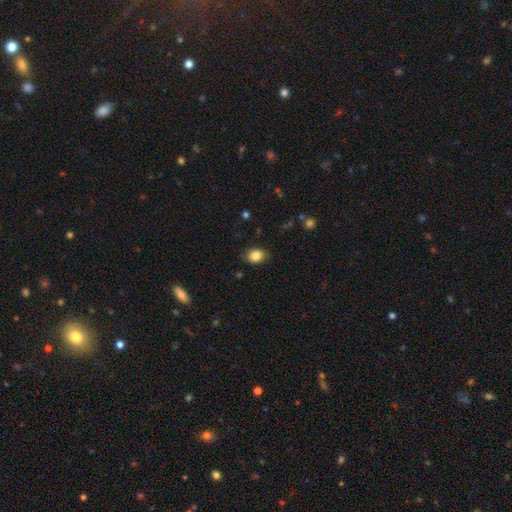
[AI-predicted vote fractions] The model was most divided on "how rounded": in between: 73%, round: 26%, cigar-shaped: 1%. More confident: smooth or featured — smooth (86%); merging — none (80%).